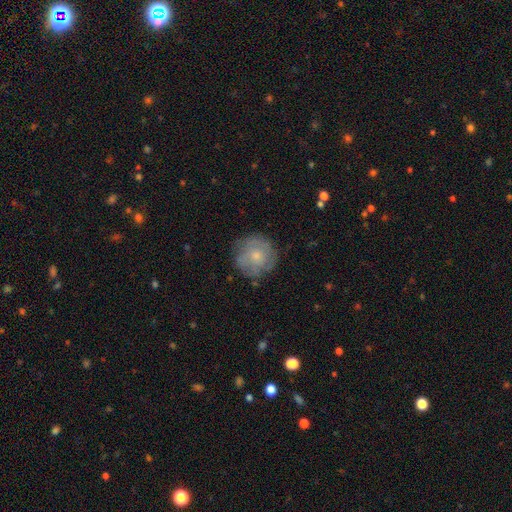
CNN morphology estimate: This is possibly a smooth galaxy (52%). How rounded: clearly round (93%). Merging: likely none (75%).